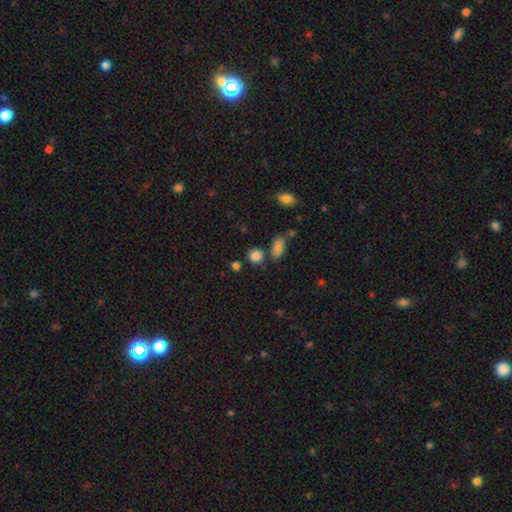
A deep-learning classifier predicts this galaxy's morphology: Smooth or featured: smooth — 84% (star or artifact — 11%)
How rounded: round — 82% (in between — 16%)
Merging: none — 73% (merger — 12%)